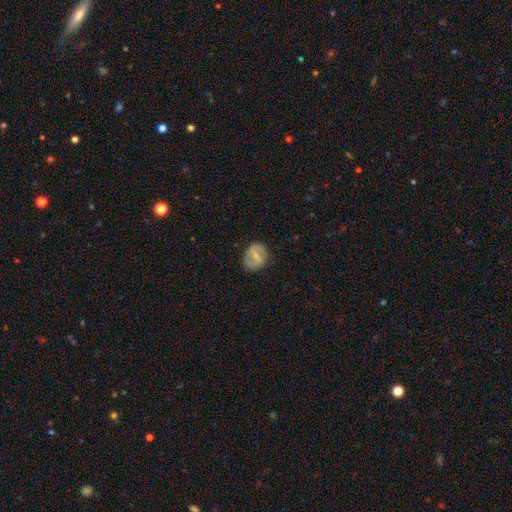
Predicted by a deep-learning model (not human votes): featured or disk 55%, smooth 39%, star or artifact 7%. Down the decision tree: edge-on disk — no (96%); bar — weak (47%); spiral arms — yes (68%); bulge size — small (54%); merging — none (79%).